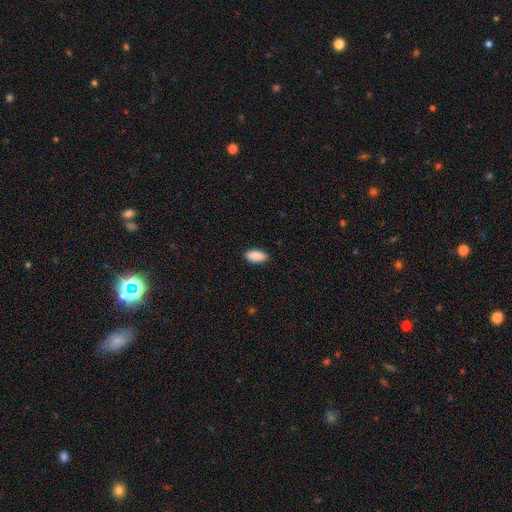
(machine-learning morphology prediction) Smooth or featured? Predicted: smooth (p=0.89). How rounded? Predicted: in between (p=0.91). Merging? Predicted: none (p=0.87).